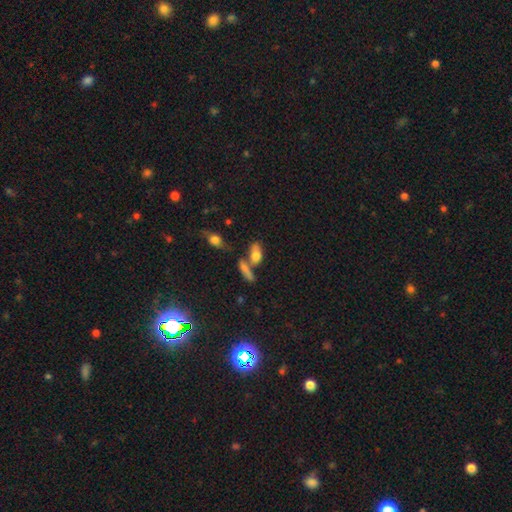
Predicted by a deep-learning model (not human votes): Smooth or featured?
  - smooth: 72% *
  - featured or disk: 18%
  - star or artifact: 10%
How rounded?
  - in between: 78% *
  - cigar-shaped: 15%
  - round: 7%
Merging?
  - none: 49% *
  - merger: 31%
  - minor disturbance: 14%
  - major disturbance: 6%